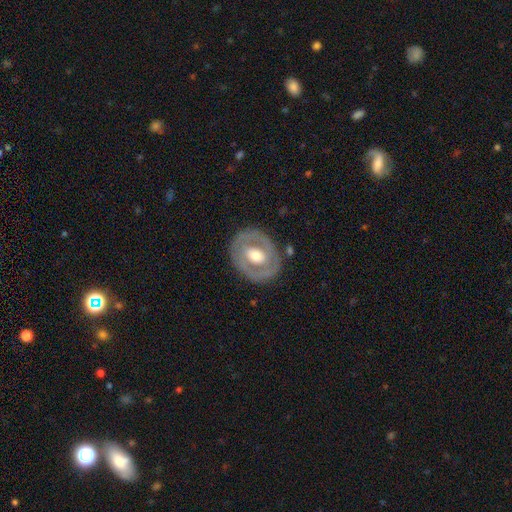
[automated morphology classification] A featured or disk galaxy (64%) with no bar (57%), no spiral arms (70%) and a moderate central bulge (66%).

Vote fractions:
- Smooth or featured? featured or disk: 64% / smooth: 31% / star or artifact: 5%
- Edge-on disk? no: 95% / yes: 5%
- Bar? no: 57% / weak: 30% / strong: 14%
- Spiral arms? no: 70% / yes: 30%
- Bulge size? moderate: 66% / large: 21% / small: 10% / dominant: 1% / none: 1%
- Merging? none: 80% / minor disturbance: 13% / major disturbance: 5% / merger: 2%